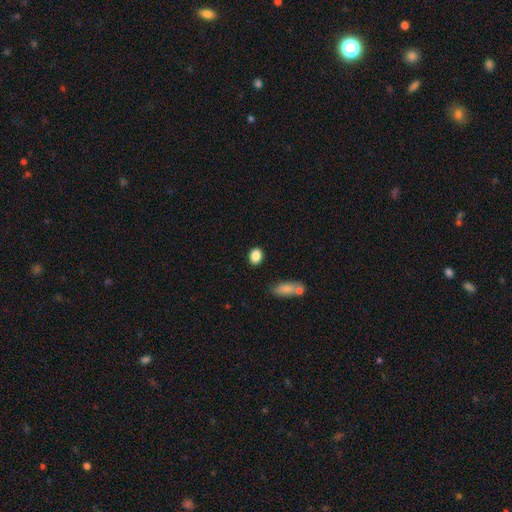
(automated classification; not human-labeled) Smooth or featured? smooth (88%)
How rounded? in between (66%)
Merging? none (87%)